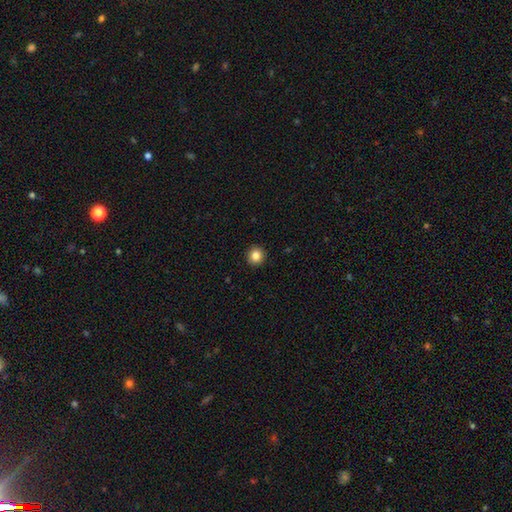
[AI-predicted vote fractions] smooth_or_featured: smooth (p=0.85) [alt: star or artifact p=0.10]
how_rounded: round (p=0.91) [alt: in between p=0.08]
merging: none (p=0.93) [alt: minor disturbance p=0.05]